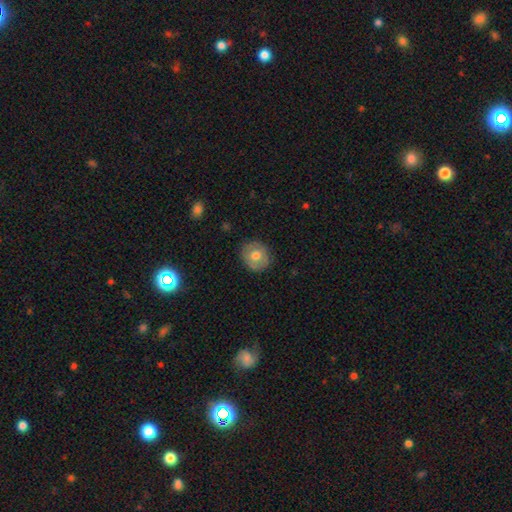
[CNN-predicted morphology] smooth 68%, featured or disk 25%, star or artifact 7%. Down the decision tree: how rounded — round (81%); merging — none (86%).